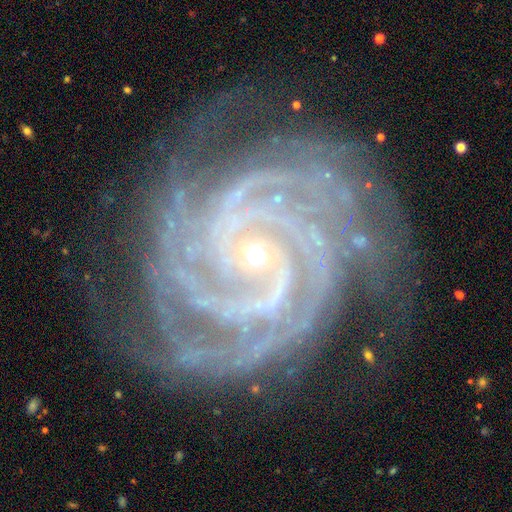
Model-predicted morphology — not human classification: Smooth or featured: featured or disk — 92% (star or artifact — 5%)
Edge-on disk: no — 98% (yes — 2%)
Bar: no — 61% (weak — 26%)
Spiral arms: yes — 99% (no — 1%)
Spiral winding: tight — 76% (medium — 21%)
Spiral arm count: 4 — 21% (2 — 20%)
Bulge size: small — 76% (moderate — 20%)
Merging: none — 70% (minor disturbance — 18%)